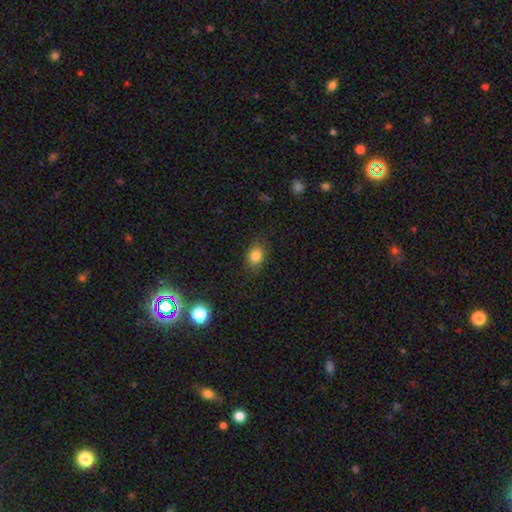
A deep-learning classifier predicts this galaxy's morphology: smooth 83%, star or artifact 10%, featured or disk 6%. Down the decision tree: how rounded — in between (63%); merging — none (83%).